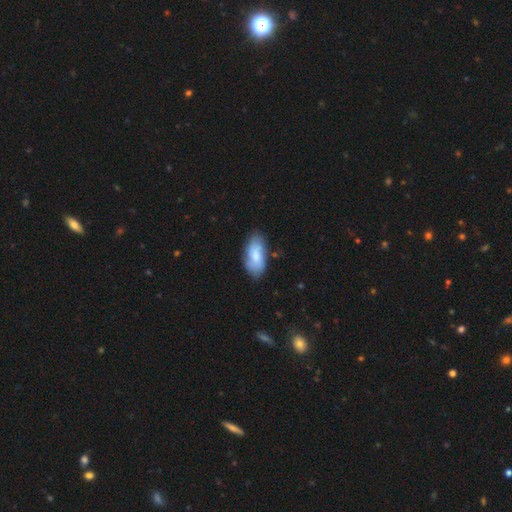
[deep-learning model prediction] smooth-or-featured: smooth: 64% | featured or disk: 30% | star or artifact: 6%
  how-rounded: in between: 90% | cigar-shaped: 7% | round: 3%
  merging: none: 72% | minor disturbance: 21% | major disturbance: 5% | merger: 2%